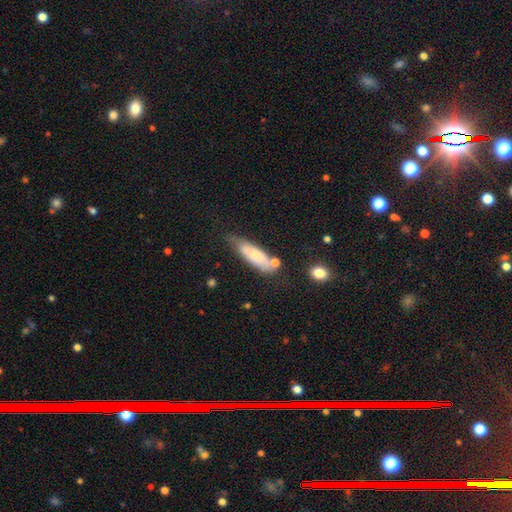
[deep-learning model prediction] smooth-or-featured: smooth: 63% | featured or disk: 30% | star or artifact: 7%
  how-rounded: cigar-shaped: 51% | in between: 47% | round: 2%
  merging: none: 51% | minor disturbance: 28% | merger: 12% | major disturbance: 8%